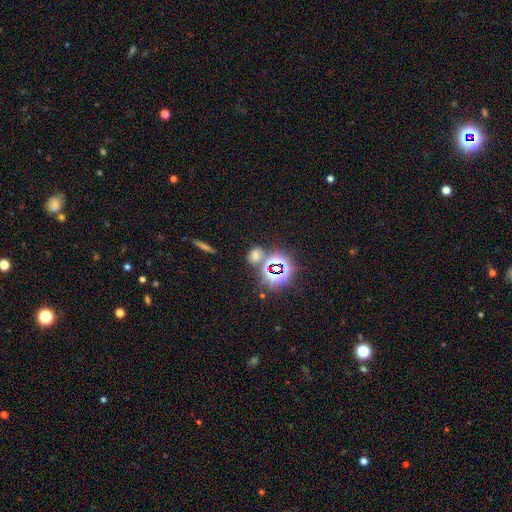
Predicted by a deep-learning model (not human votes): Smooth or featured? Predicted: smooth (p=0.50). Merging? Predicted: none (p=0.69).